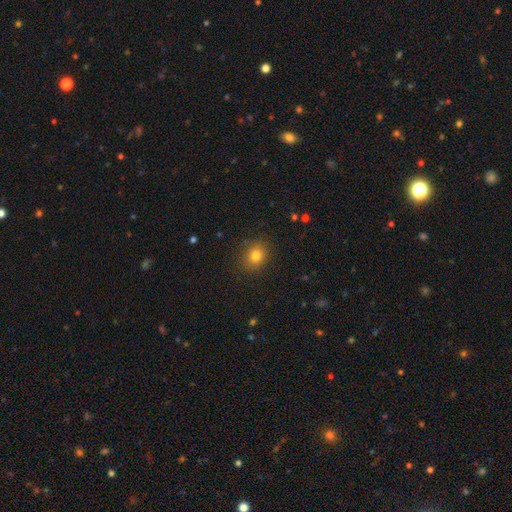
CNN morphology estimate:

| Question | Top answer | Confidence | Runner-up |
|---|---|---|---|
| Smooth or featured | smooth | 80% | star or artifact (13%) |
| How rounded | round | 69% | in between (30%) |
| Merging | none | 86% | minor disturbance (10%) |